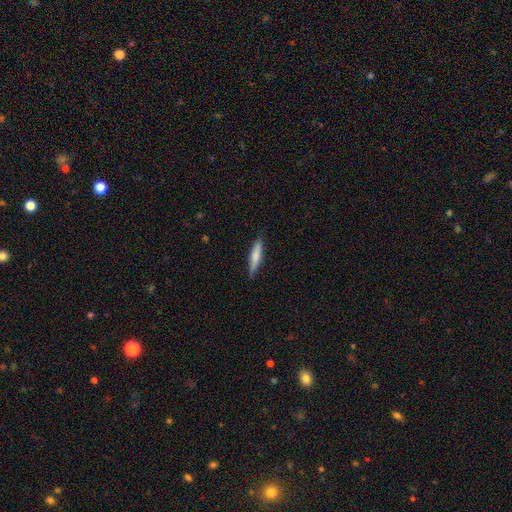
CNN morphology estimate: Smooth or featured?
  - smooth: 68% *
  - featured or disk: 26%
  - star or artifact: 6%
How rounded?
  - cigar-shaped: 85% *
  - in between: 13%
  - round: 1%
Merging?
  - none: 84% *
  - minor disturbance: 13%
  - major disturbance: 2%
  - merger: 1%